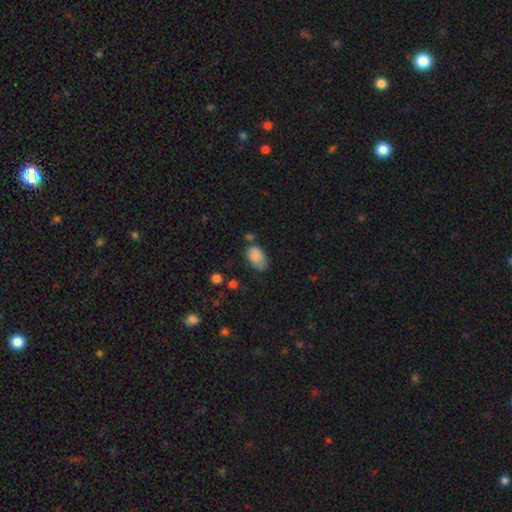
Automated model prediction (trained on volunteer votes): Q: Smooth or featured?
A: smooth (83%); runner-up: featured or disk (8%)
Q: How rounded?
A: in between (92%); runner-up: round (7%)
Q: Merging?
A: none (53%); runner-up: minor disturbance (32%)